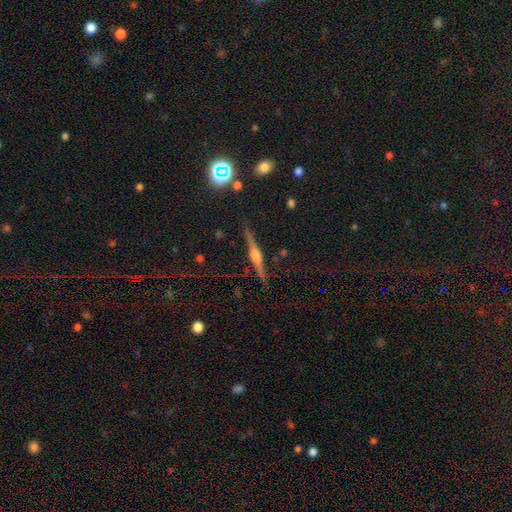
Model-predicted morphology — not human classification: smooth-or-featured: featured or disk: 78% | smooth: 13% | star or artifact: 9%
  disk-edge-on: yes: 98% | no: 2%
    edge-on-bulge: rounded: 85% | boxy: 10% | none: 5%
  merging: none: 88% | minor disturbance: 8% | major disturbance: 2% | merger: 2%